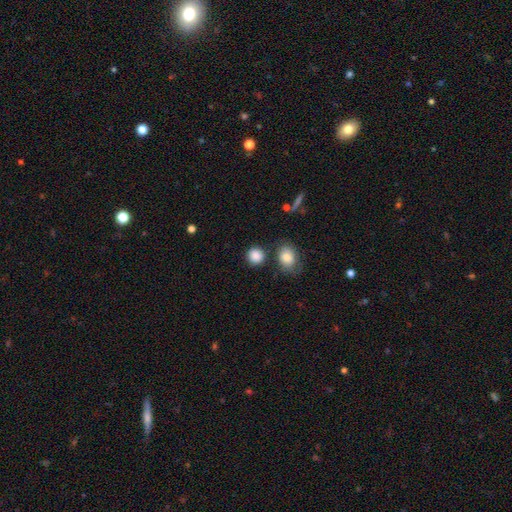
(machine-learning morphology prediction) The model was most divided on "merging": none: 80%, minor disturbance: 10%, merger: 7%, major disturbance: 3%. More confident: smooth or featured — smooth (87%); how rounded — round (85%).